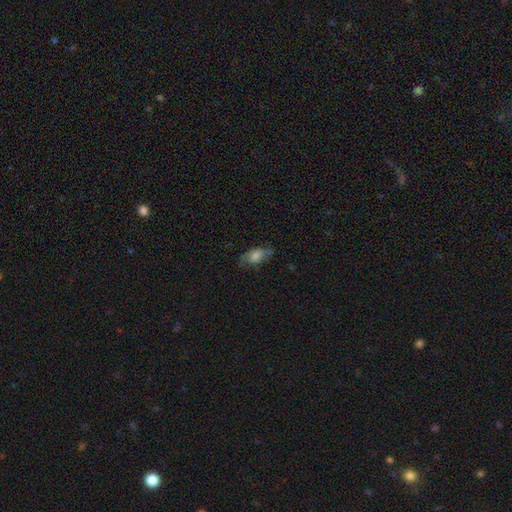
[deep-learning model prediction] Morphology: type=smooth (56%); roundness=in between (86%); merging=none (54%).